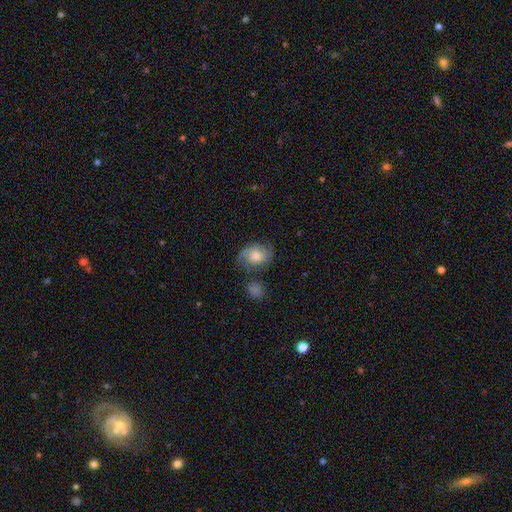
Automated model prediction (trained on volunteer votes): smooth-or-featured: featured or disk: 63% | smooth: 28% | star or artifact: 8%
  disk-edge-on: no: 97% | yes: 3%
    bar: no: 72% | weak: 25% | strong: 3%
    has-spiral-arms: yes: 92% | no: 8%
      spiral-winding: medium: 46% | tight: 37% | loose: 18%
      spiral-arm-count: 2: 58% | can't tell: 17% | 3: 12% | 1: 6% | 4: 3% | more than 4: 3%
    bulge-size: moderate: 57% | small: 20% | large: 16% | none: 4% | dominant: 2%
  merging: none: 62% | minor disturbance: 20% | major disturbance: 10% | merger: 8%